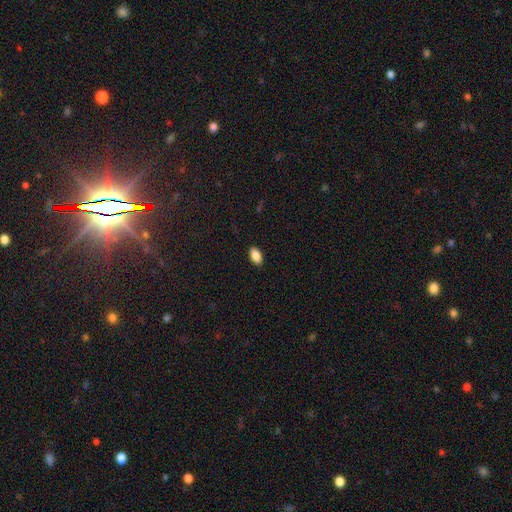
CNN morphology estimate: This appears to be a smooth galaxy with no disk features (87%) that is in between round and cigar-shaped (93%). Merging: none (89%).